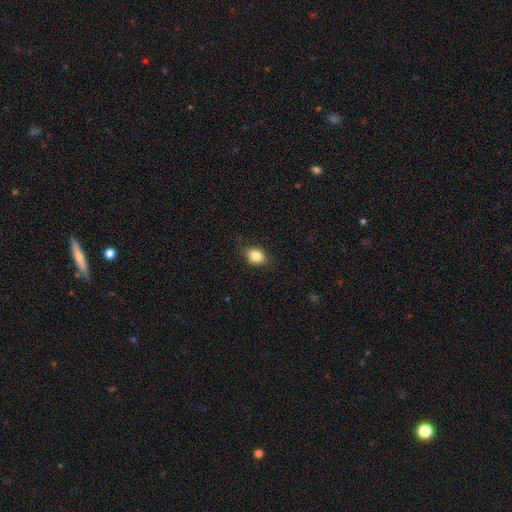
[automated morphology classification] Overall: smooth (84%). How rounded: in between (72%). Merging: none (82%).